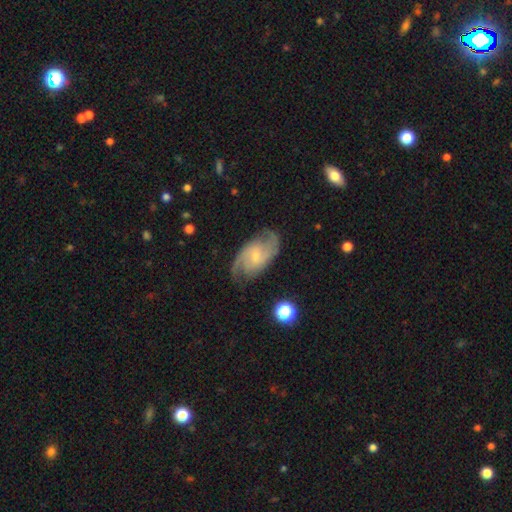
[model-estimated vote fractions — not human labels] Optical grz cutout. It shows a featured or disk galaxy (86%) with no bar (46%, tied with weak), 2 (78%) medium (51%) spiral arms (97%) and a small central bulge (66%). Merging: none (75%).